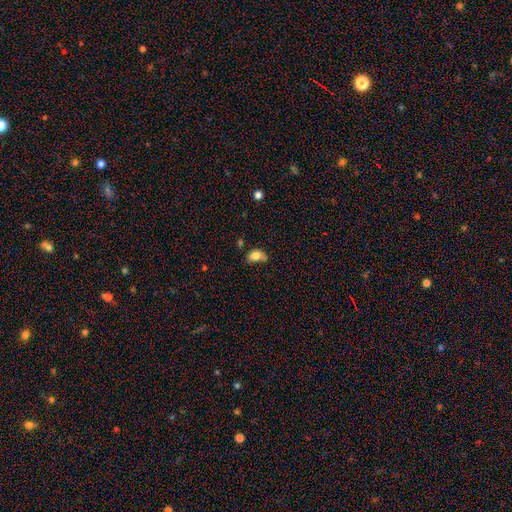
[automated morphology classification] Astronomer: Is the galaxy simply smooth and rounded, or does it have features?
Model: smooth — 80%.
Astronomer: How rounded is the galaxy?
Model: in between — 73%.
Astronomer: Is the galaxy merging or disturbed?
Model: none — 44% (runner-up: minor disturbance, 34%).